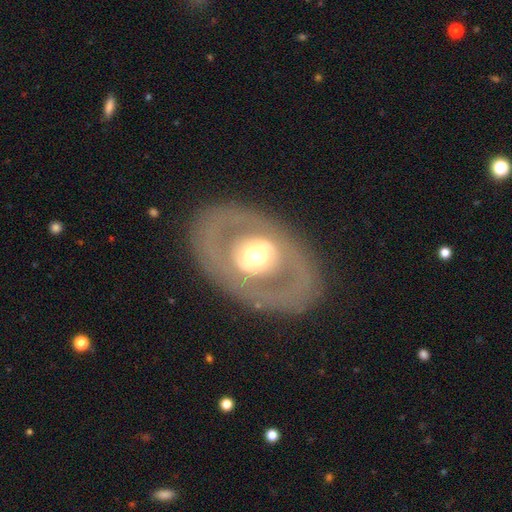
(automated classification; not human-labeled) The model was most divided on "bulge size": moderate: 52%, large: 35%, dominant: 7%, small: 6%, none: 1%. More confident: edge-on disk — no (90%); spiral arms — no (81%); merging — none (80%); smooth or featured — featured or disk (66%); bar — no (56%).